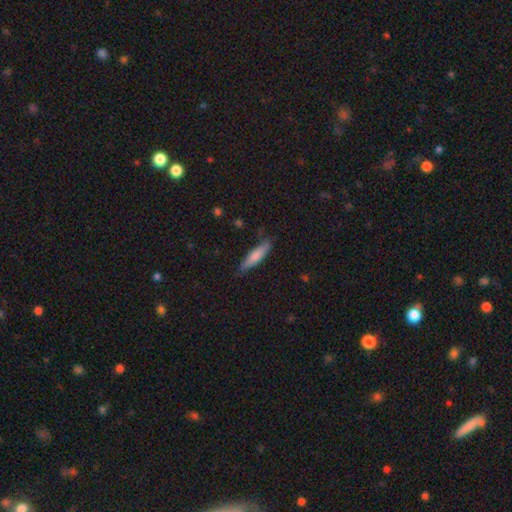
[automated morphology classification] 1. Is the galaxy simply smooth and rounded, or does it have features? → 74% smooth, 20% featured or disk, 6% star or artifact.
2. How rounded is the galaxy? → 78% cigar-shaped, 21% in between, 1% round.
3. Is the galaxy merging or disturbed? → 80% none, 16% minor disturbance, 3% major disturbance, 2% merger.